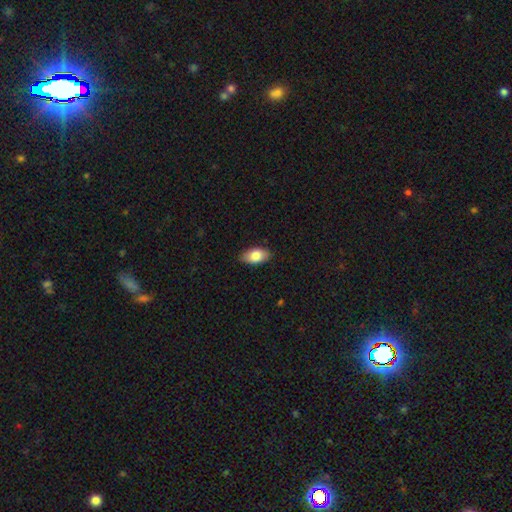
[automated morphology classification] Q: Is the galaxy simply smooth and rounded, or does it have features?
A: smooth — 84%.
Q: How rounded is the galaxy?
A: in between — 93%.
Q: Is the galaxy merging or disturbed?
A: none — 85%.